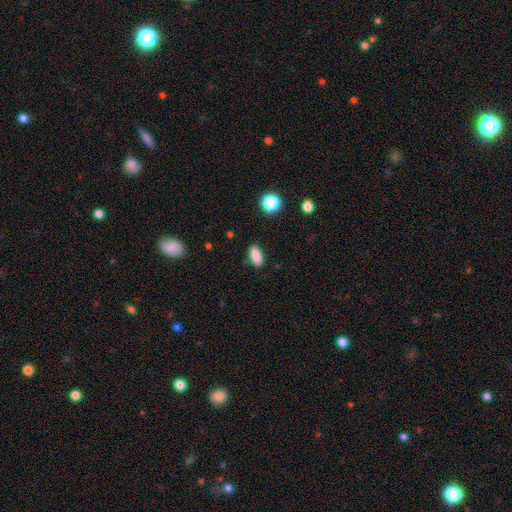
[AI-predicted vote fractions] The model was most divided on "merging": none: 86%, minor disturbance: 11%, major disturbance: 2%, merger: 2%. More confident: how rounded — in between (88%); smooth or featured — smooth (86%).